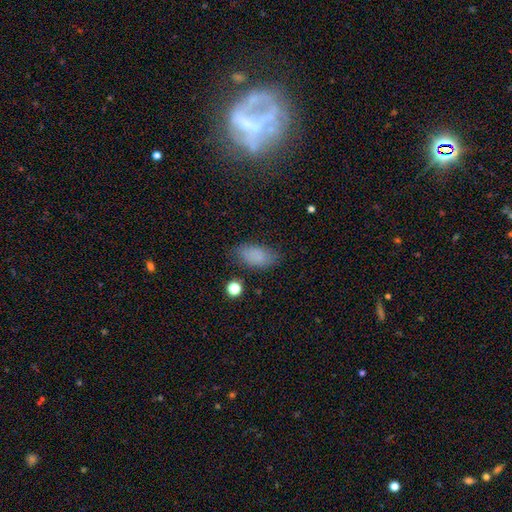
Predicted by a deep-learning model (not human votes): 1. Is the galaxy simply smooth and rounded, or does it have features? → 81% smooth, 11% star or artifact, 7% featured or disk.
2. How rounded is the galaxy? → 90% in between, 6% round, 4% cigar-shaped.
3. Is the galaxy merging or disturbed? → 73% none, 18% minor disturbance, 6% major disturbance, 2% merger.